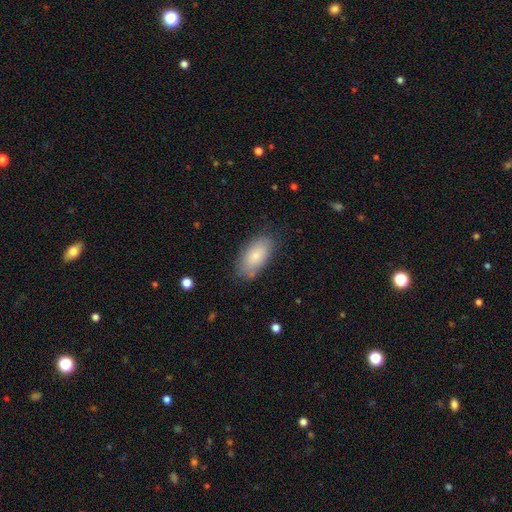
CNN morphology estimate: type=smooth (81%); roundness=in between (92%); merging=none (77%).